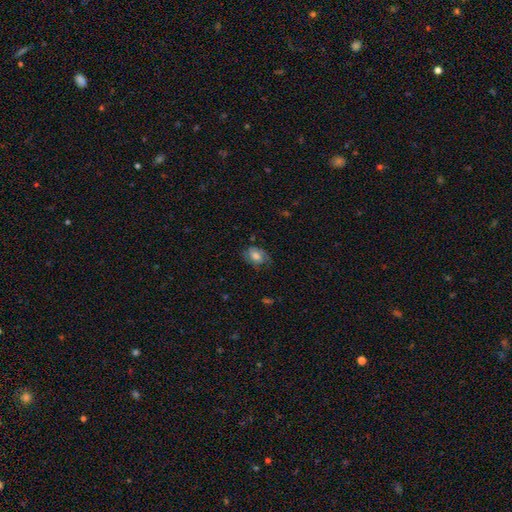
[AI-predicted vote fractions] smooth_or_featured: smooth (p=0.52) [alt: featured or disk p=0.39]
how_rounded: in between (p=0.76) [alt: round p=0.22]
merging: none (p=0.65) [alt: minor disturbance p=0.23]